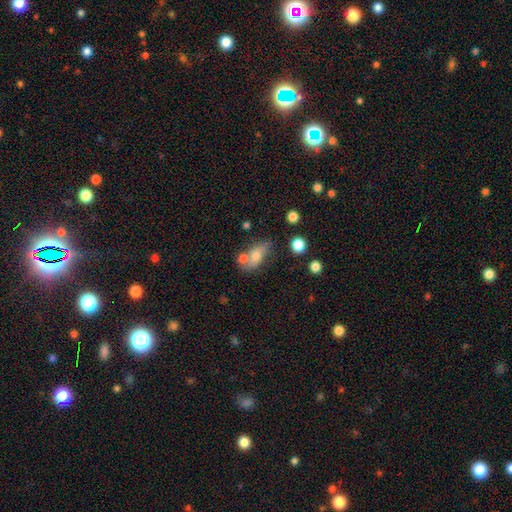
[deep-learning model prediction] Smooth or featured? smooth (63%)
How rounded? in between (78%)
Merging? none (46%)